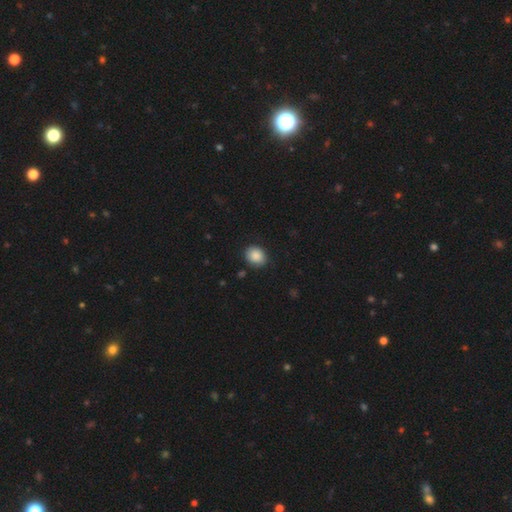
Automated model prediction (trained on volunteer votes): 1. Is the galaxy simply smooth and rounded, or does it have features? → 88% smooth, 8% star or artifact, 4% featured or disk.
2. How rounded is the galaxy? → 59% round, 40% in between, 1% cigar-shaped.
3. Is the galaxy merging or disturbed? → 84% none, 12% minor disturbance, 3% major disturbance, 1% merger.